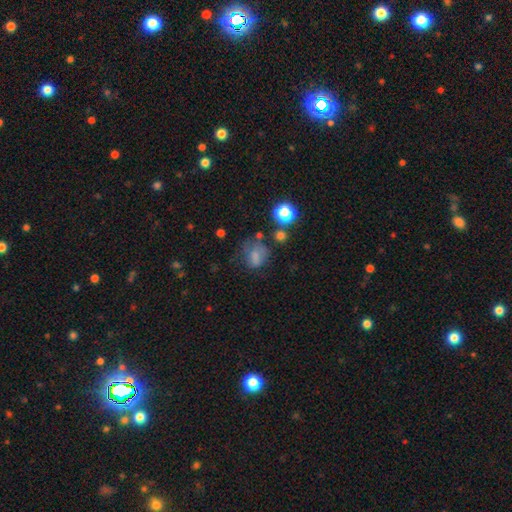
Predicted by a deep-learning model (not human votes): Smooth or featured? Predicted: smooth (p=0.70). How rounded? Predicted: round (p=0.52). Merging? Predicted: none (p=0.42).